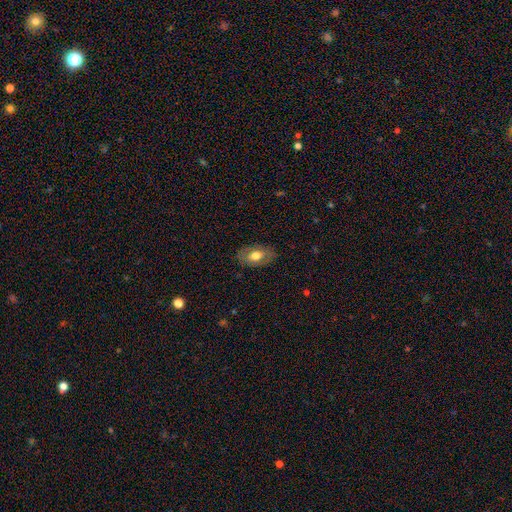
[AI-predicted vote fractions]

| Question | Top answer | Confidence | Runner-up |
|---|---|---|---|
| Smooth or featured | smooth | 64% | featured or disk (29%) |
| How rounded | in between | 90% | round (9%) |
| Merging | none | 81% | minor disturbance (14%) |